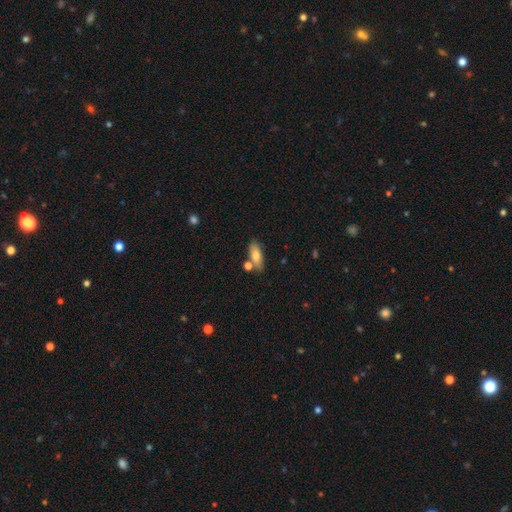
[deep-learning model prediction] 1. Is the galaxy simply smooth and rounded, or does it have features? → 73% smooth, 20% featured or disk, 7% star or artifact.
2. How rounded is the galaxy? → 74% in between, 23% cigar-shaped, 4% round.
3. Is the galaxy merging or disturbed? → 67% none, 16% merger, 14% minor disturbance, 4% major disturbance.